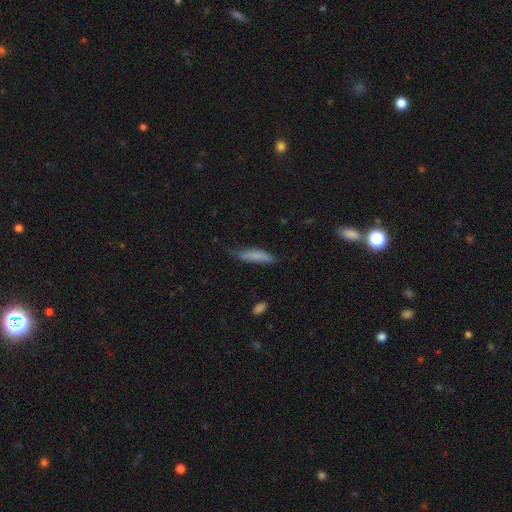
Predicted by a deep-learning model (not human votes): Smooth or featured?
  - smooth: 77% *
  - featured or disk: 16%
  - star or artifact: 7%
How rounded?
  - cigar-shaped: 70% *
  - in between: 28%
  - round: 2%
Merging?
  - none: 58% *
  - minor disturbance: 32%
  - major disturbance: 8%
  - merger: 2%